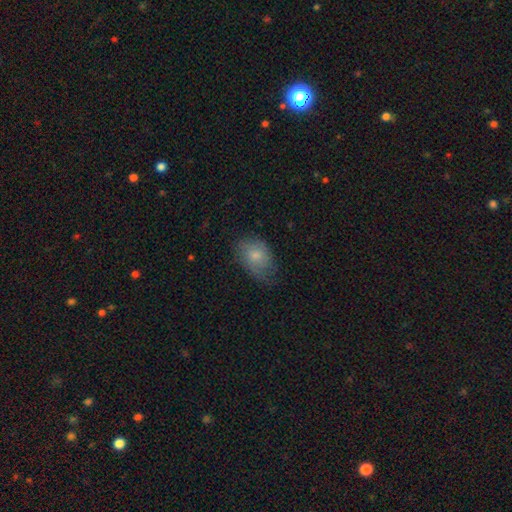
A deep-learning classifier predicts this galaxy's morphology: A smooth galaxy with no disk features (74%) that is in between round and cigar-shaped (81%).

Vote fractions:
- Smooth or featured? smooth: 74% / featured or disk: 18% / star or artifact: 8%
- How rounded? in between: 81% / round: 18% / cigar-shaped: 1%
- Merging? none: 52% / minor disturbance: 34% / major disturbance: 12% / merger: 1%